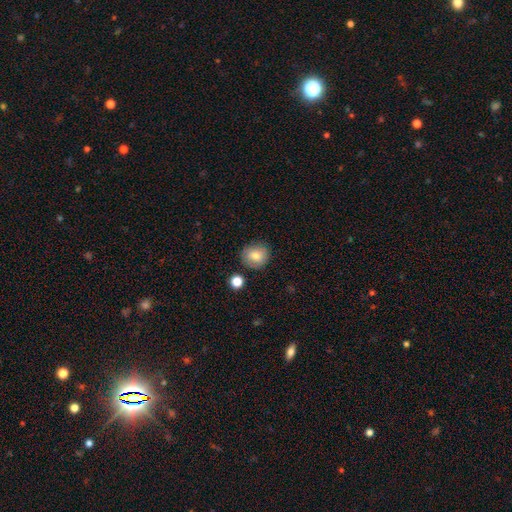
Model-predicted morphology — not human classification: Smooth or featured? Predicted: smooth (p=0.81). How rounded? Predicted: round (p=0.80). Merging? Predicted: none (p=0.81).